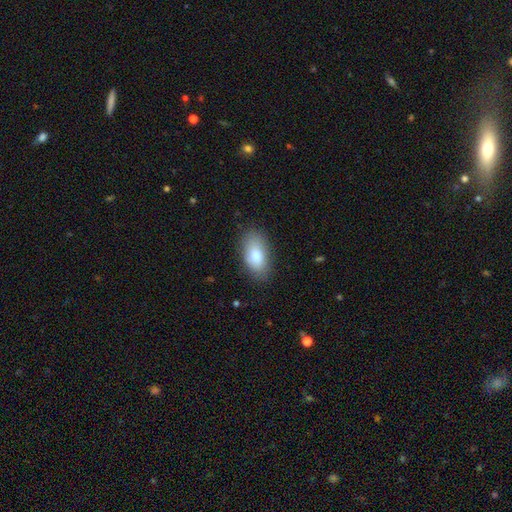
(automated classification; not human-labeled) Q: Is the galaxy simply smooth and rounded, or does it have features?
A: smooth — 82%.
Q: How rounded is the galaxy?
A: in between — 93%.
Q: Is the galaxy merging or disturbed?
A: none — 81%.